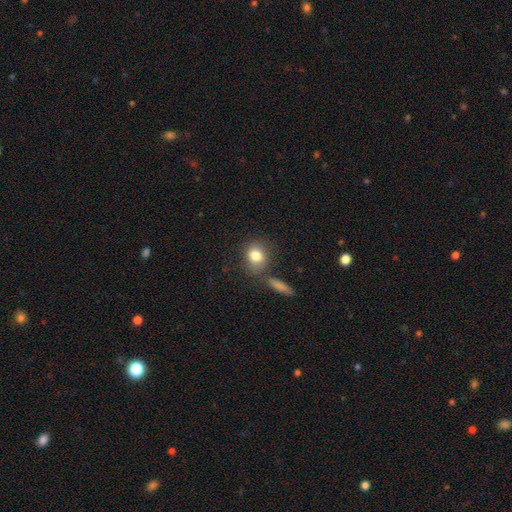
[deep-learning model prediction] A smooth galaxy with no disk features (82%) that is round (61%). Merging: none (68%).